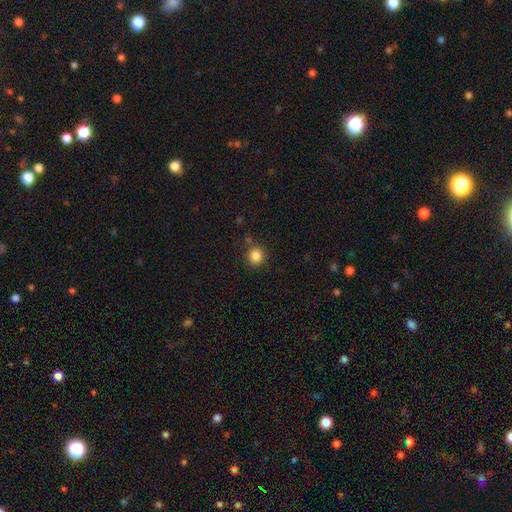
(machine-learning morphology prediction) type=smooth (85%); roundness=round (87%); merging=none (82%).